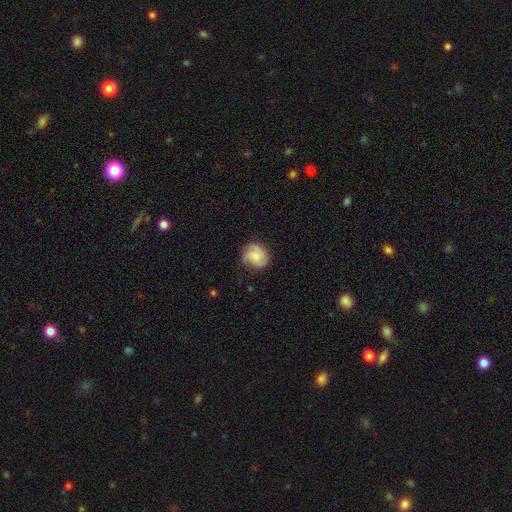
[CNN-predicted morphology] A smooth galaxy with no disk features (58%) that is round (81%). Merging: none (72%).